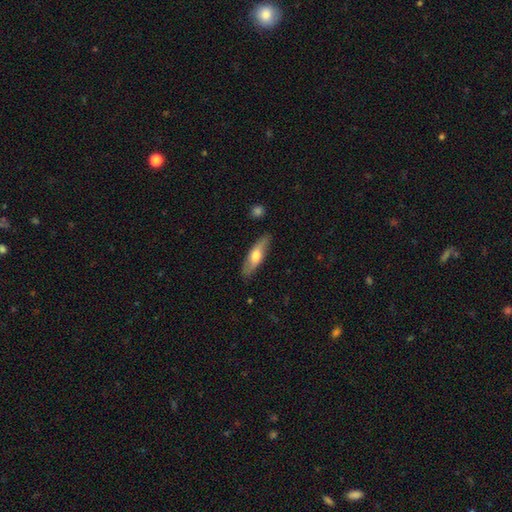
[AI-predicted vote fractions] Overall: smooth (57%; featured or disk 38%). How rounded: cigar-shaped (55%; in between 43%). Merging: none (85%).